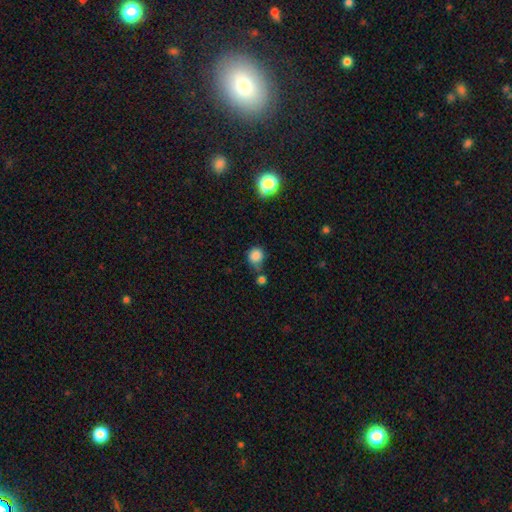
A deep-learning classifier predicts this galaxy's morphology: Smooth or featured?
  - smooth: 84% *
  - star or artifact: 11%
  - featured or disk: 4%
How rounded?
  - round: 87% *
  - in between: 12%
  - cigar-shaped: 1%
Merging?
  - none: 64% *
  - minor disturbance: 17%
  - merger: 14%
  - major disturbance: 5%